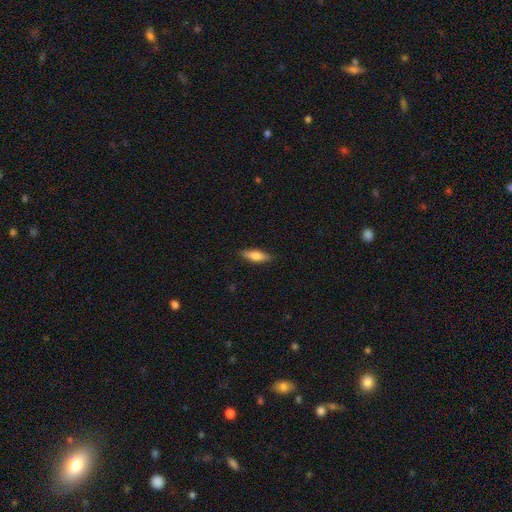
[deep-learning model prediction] Smooth or featured? Predicted: smooth (p=0.73). How rounded? Predicted: cigar-shaped (p=0.49, tied with in between). Merging? Predicted: none (p=0.87).